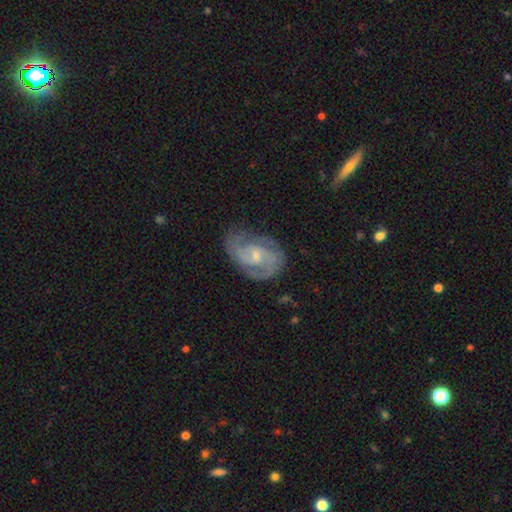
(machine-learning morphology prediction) A featured or disk galaxy (85%) with a weak bar (50%), 2 (65%) medium (46%) spiral arms (95%) and a small central bulge (60%). Merging: none (67%).